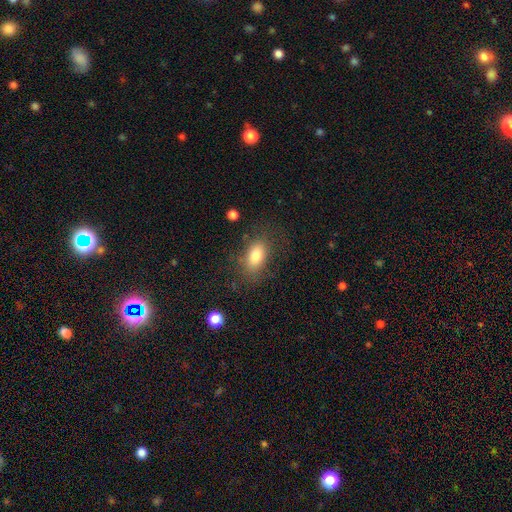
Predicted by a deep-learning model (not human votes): This appears to be a smooth galaxy with no disk features (80%) that is in between round and cigar-shaped (88%). Merging: none (76%).